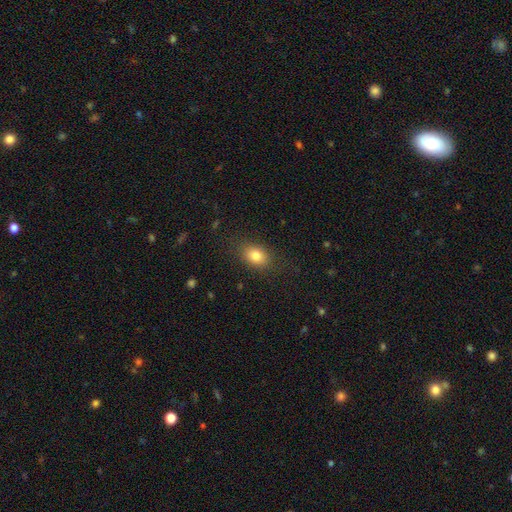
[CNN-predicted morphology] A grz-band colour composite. It shows a smooth galaxy with no disk features (81%) that is in between round and cigar-shaped (74%). Merging: none (82%).